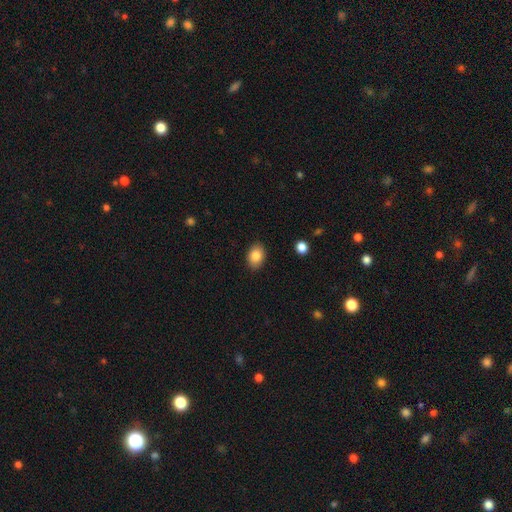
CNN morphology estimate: A smooth galaxy with no disk features (86%) that is in between round and cigar-shaped (78%).

Vote fractions:
- Smooth or featured? smooth: 86% / star or artifact: 8% / featured or disk: 6%
- How rounded? in between: 78% / round: 21% / cigar-shaped: 1%
- Merging? none: 88% / minor disturbance: 8% / major disturbance: 2% / merger: 1%